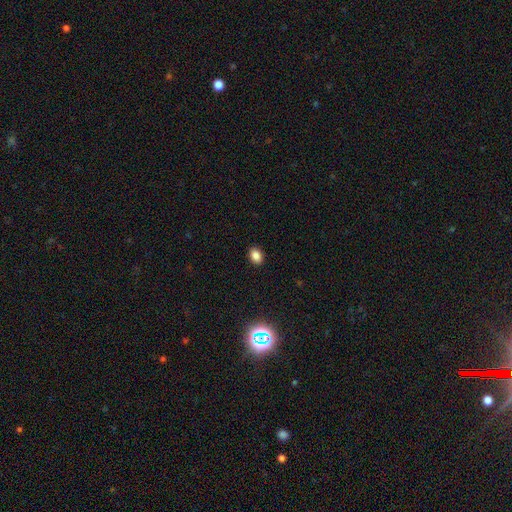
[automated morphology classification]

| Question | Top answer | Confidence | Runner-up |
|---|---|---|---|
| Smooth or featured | smooth | 84% | star or artifact (12%) |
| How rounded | in between | 77% | round (22%) |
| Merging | none | 90% | minor disturbance (7%) |